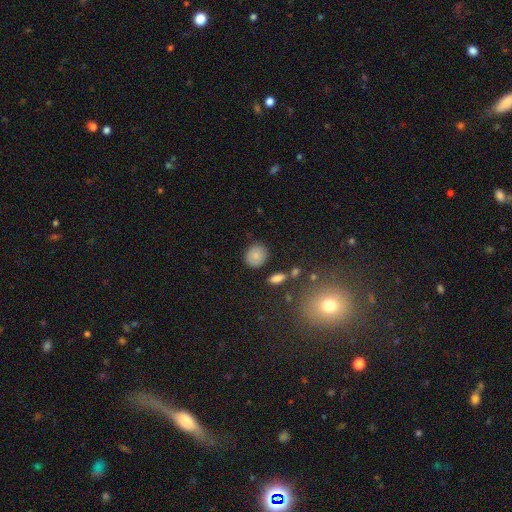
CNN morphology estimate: A smooth galaxy with no disk features (82%) that is round (67%). Merging: none (82%).